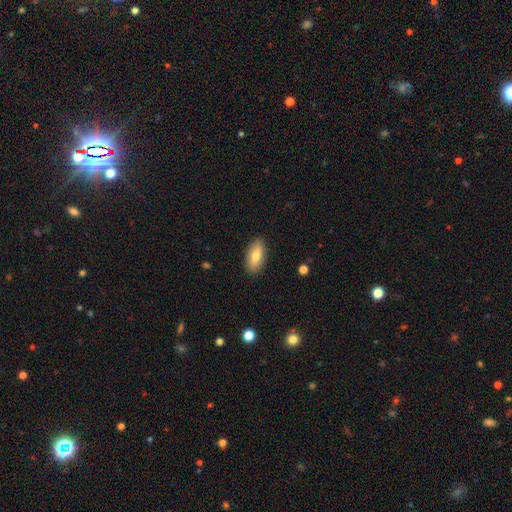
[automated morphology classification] type=smooth (74%); roundness=in between (83%); merging=none (88%).